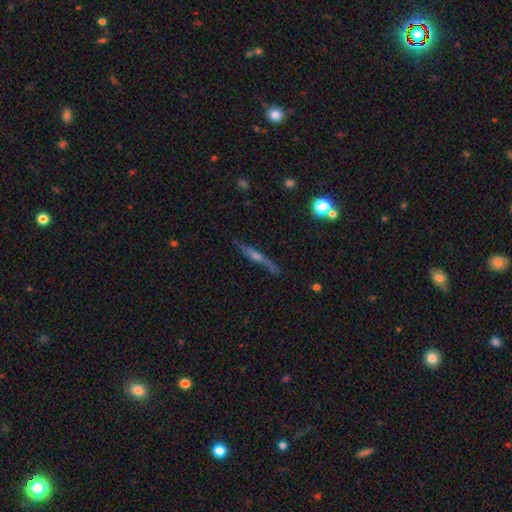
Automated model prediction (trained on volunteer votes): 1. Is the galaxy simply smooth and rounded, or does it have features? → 71% featured or disk, 19% smooth, 9% star or artifact.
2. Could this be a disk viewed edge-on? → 93% yes, 7% no.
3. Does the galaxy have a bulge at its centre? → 75% rounded, 16% none, 9% boxy.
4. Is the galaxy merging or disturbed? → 80% none, 14% minor disturbance, 4% major disturbance, 2% merger.